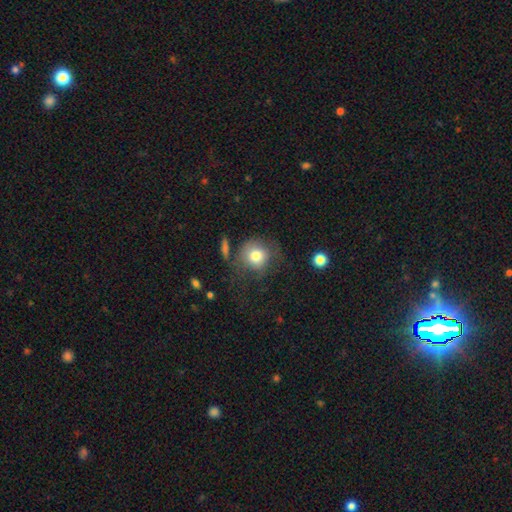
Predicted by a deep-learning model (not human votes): smooth_or_featured: smooth (p=0.75) [alt: featured or disk p=0.16]
how_rounded: round (p=0.86) [alt: in between p=0.12]
merging: none (p=0.57) [alt: minor disturbance p=0.21]